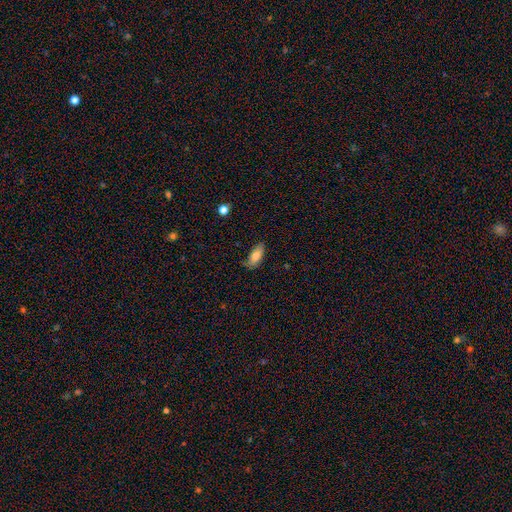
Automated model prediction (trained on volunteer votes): This appears to be a smooth galaxy with no disk features (77%) that is in between round and cigar-shaped (82%). Merging: none (66%).